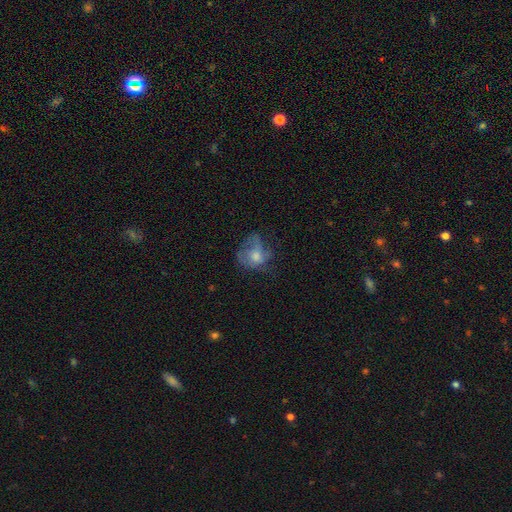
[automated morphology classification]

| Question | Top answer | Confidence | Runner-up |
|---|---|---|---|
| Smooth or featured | featured or disk | 44% | smooth (43%) |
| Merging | none | 39% | major disturbance (35%) |